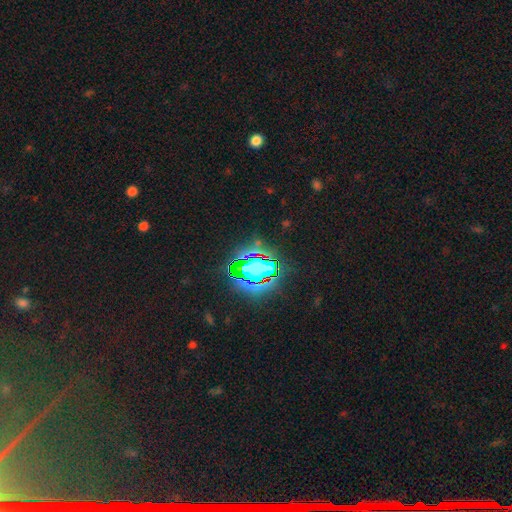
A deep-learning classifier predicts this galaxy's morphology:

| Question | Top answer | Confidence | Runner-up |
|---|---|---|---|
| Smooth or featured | star or artifact | 82% | smooth (10%) |